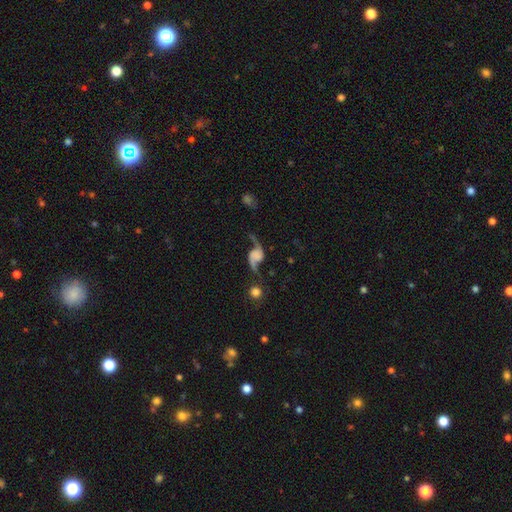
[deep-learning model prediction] Smooth or featured?
  - featured or disk: 83% *
  - smooth: 10%
  - star or artifact: 7%
Edge-on disk?
  - no: 96% *
  - yes: 4%
Bar?
  - no: 66% *
  - weak: 25%
  - strong: 9%
Spiral arms?
  - yes: 95% *
  - no: 5%
Spiral winding?
  - loose: 86% *
  - medium: 11%
  - tight: 3%
Spiral arm count?
  - 2: 93% *
  - 1: 3%
  - can't tell: 1%
  - 3: 1%
  - 4: 1%
  - more than 4: 1%
Bulge size?
  - none: 60% *
  - small: 12%
  - large: 12%
  - dominant: 8%
  - moderate: 8%
Merging?
  - none: 61% *
  - minor disturbance: 18%
  - major disturbance: 15%
  - merger: 6%